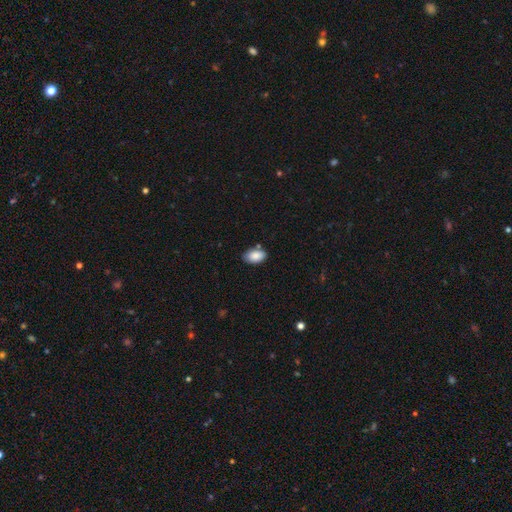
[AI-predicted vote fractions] Overall: smooth (87%). How rounded: in between (92%). Merging: none (76%).